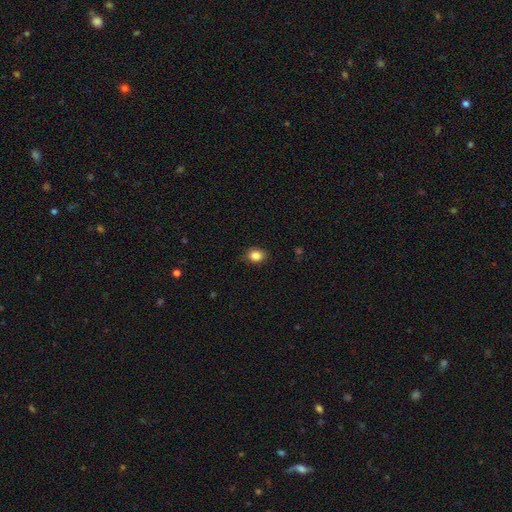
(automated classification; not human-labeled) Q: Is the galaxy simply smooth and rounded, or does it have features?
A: smooth — 86%.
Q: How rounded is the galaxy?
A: in between — 51%.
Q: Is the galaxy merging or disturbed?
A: none — 85%.